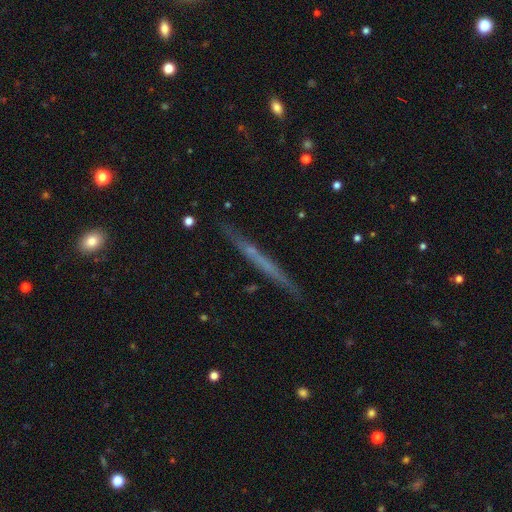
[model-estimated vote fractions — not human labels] smooth_or_featured: featured or disk (p=0.54) [alt: smooth p=0.38]
disk_edge_on: yes (p=0.96) [alt: no p=0.04]
edge_on_bulge: none (p=0.87) [alt: rounded p=0.09]
merging: none (p=0.88) [alt: minor disturbance p=0.09]